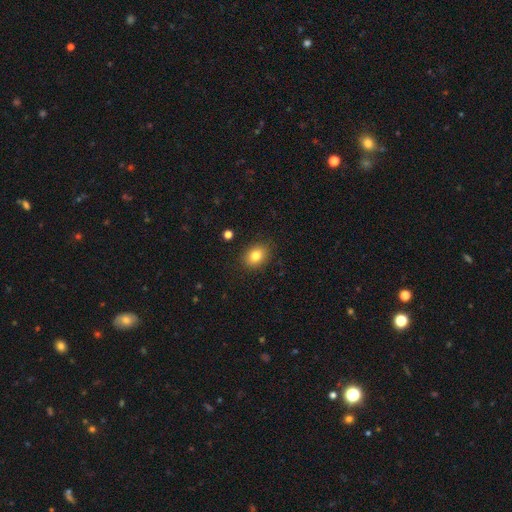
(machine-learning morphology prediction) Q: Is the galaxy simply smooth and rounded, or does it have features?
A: smooth — 82%.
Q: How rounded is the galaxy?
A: in between — 59%.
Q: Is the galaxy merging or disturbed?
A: none — 88%.